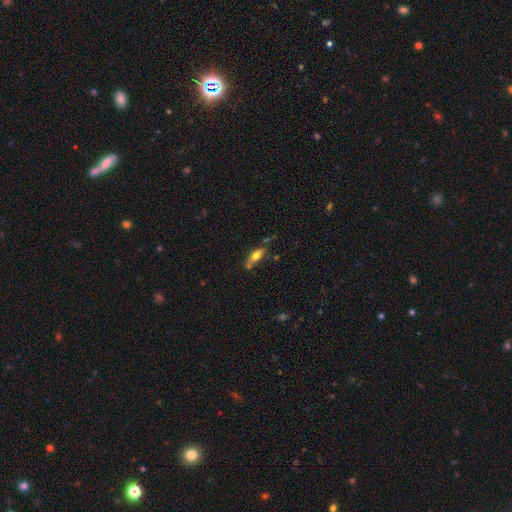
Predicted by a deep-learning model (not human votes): smooth-or-featured: smooth: 58% | featured or disk: 33% | star or artifact: 8%
  how-rounded: in between: 68% | cigar-shaped: 27% | round: 5%
  merging: none: 56% | minor disturbance: 21% | merger: 16% | major disturbance: 7%